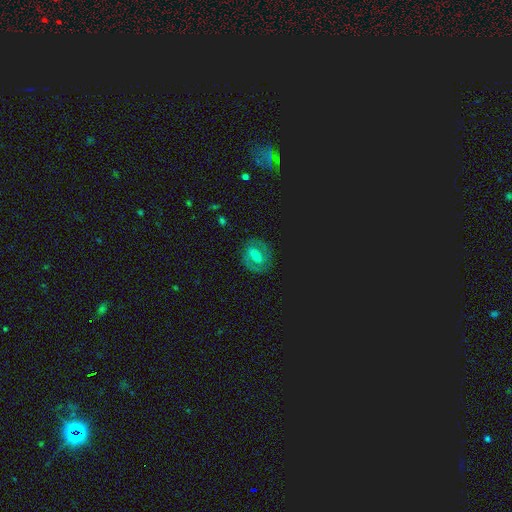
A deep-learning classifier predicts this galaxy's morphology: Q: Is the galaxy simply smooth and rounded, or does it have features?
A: featured or disk — 62%.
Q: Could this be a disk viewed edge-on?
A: no — 94%.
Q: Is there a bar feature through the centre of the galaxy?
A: strong — 42%.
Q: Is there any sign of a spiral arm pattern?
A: yes — 76%.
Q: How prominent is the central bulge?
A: moderate — 45%.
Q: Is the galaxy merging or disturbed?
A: none — 82%.